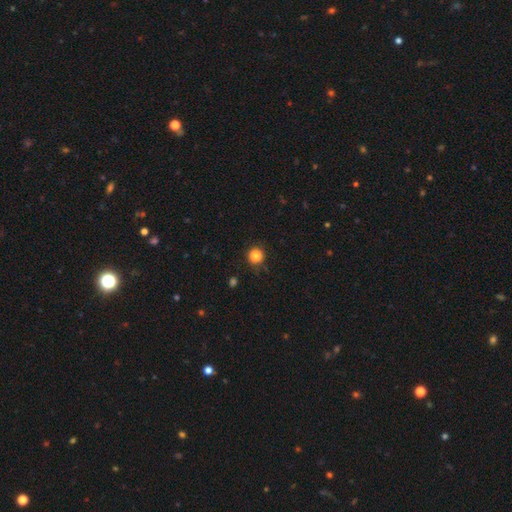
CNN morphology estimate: type=smooth (85%); roundness=round (94%); merging=none (88%).